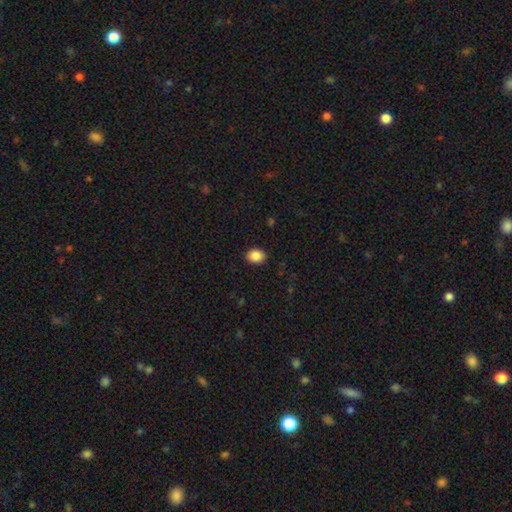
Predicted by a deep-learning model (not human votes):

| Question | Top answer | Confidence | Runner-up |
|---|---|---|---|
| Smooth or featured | smooth | 87% | star or artifact (9%) |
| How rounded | in between | 60% | round (39%) |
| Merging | none | 90% | minor disturbance (7%) |